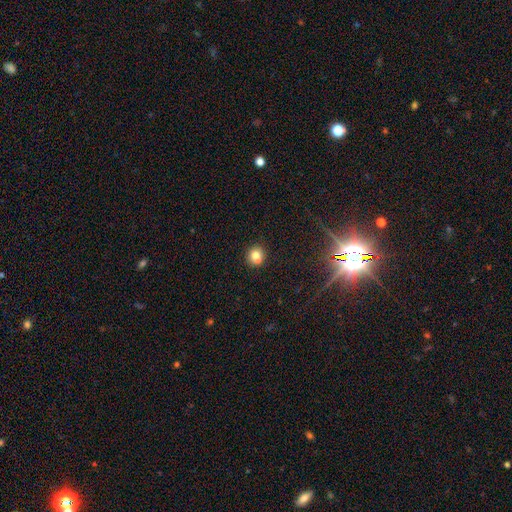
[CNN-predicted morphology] This appears to be a smooth galaxy with no disk features (77%) that is round (82%). Merging: none (67%).